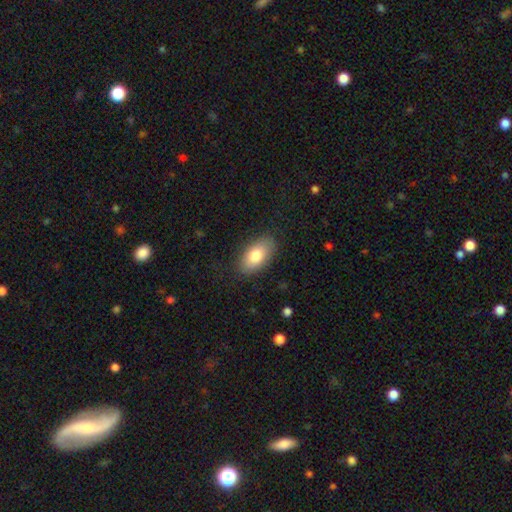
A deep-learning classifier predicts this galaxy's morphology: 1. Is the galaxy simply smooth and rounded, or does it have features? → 78% smooth, 15% featured or disk, 7% star or artifact.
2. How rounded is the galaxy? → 92% in between, 4% round, 3% cigar-shaped.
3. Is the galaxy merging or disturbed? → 85% none, 11% minor disturbance, 3% major disturbance, 1% merger.